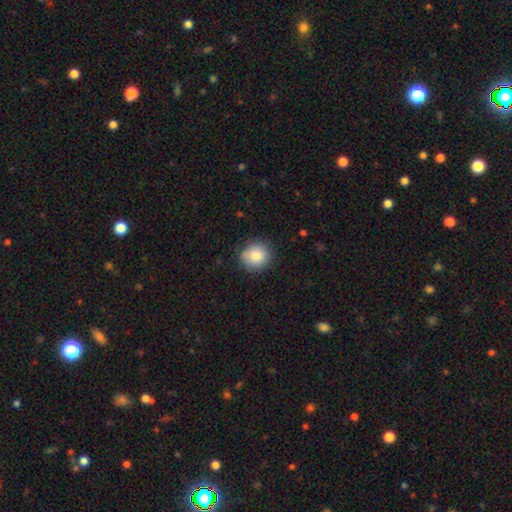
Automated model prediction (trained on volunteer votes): smooth 85%, star or artifact 8%, featured or disk 7%. Down the decision tree: how rounded — round (88%); merging — none (83%).